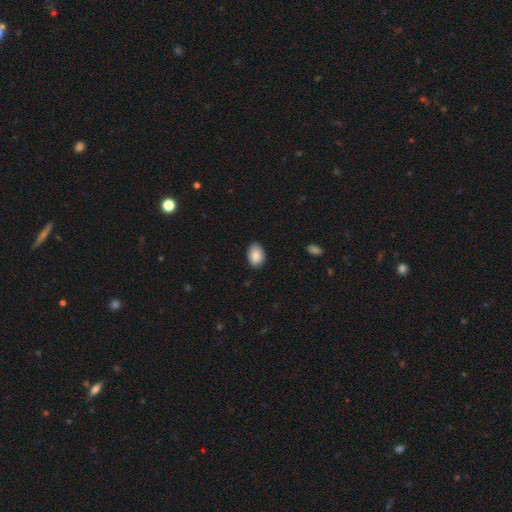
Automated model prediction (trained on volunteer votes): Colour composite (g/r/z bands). It shows a smooth galaxy with no disk features (88%) that is in between round and cigar-shaped (85%). Merging: none (84%).